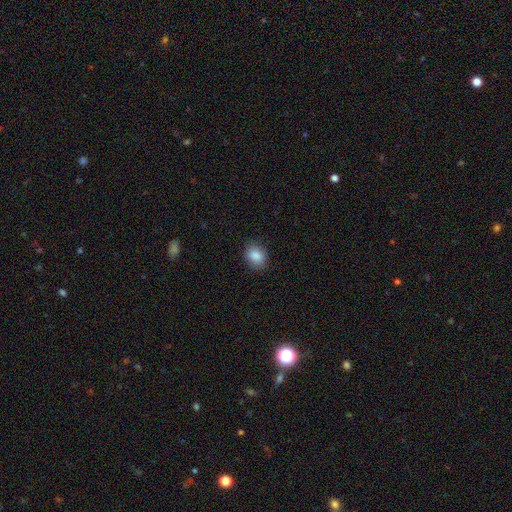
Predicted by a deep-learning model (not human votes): The model was most divided on "how rounded": in between: 56%, round: 43%, cigar-shaped: 1%. More confident: smooth or featured — smooth (87%); merging — none (85%).